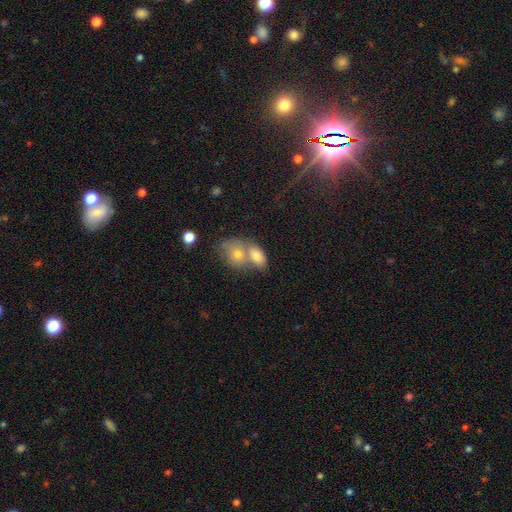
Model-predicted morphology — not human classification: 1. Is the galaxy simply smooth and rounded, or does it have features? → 75% smooth, 16% featured or disk, 9% star or artifact.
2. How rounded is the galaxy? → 82% in between, 15% round, 3% cigar-shaped.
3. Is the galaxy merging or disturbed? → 62% merger, 26% none, 8% minor disturbance, 3% major disturbance.